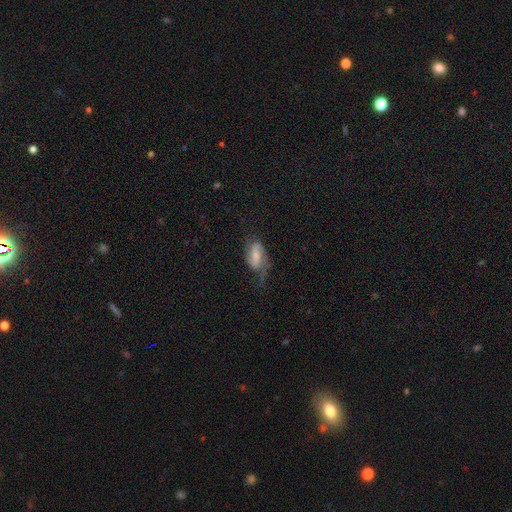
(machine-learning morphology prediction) smooth-or-featured: featured or disk: 62% | smooth: 31% | star or artifact: 7%
  disk-edge-on: no: 95% | yes: 5%
    bar: weak: 47% | no: 32% | strong: 22%
    has-spiral-arms: yes: 89% | no: 11%
      spiral-winding: loose: 44% | medium: 39% | tight: 17%
      spiral-arm-count: 2: 76% | 1: 13% | can't tell: 8% | 3: 2% | 4: 1% | more than 4: 1%
    bulge-size: moderate: 46% | small: 33% | none: 10% | large: 9% | dominant: 2%
  merging: none: 44% | minor disturbance: 28% | major disturbance: 26% | merger: 2%